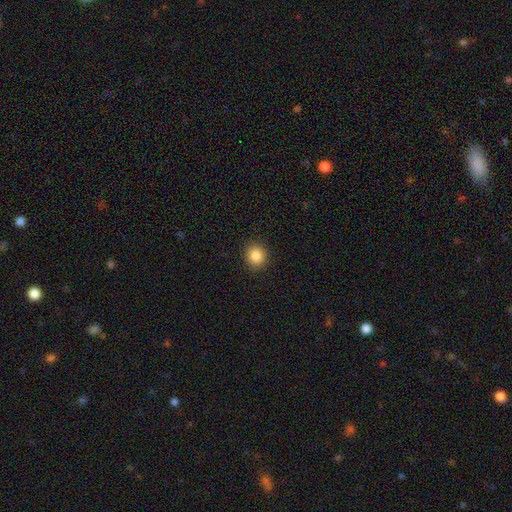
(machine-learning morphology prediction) This appears to be a smooth galaxy with no disk features (86%) that is round (86%). Merging: none (91%).